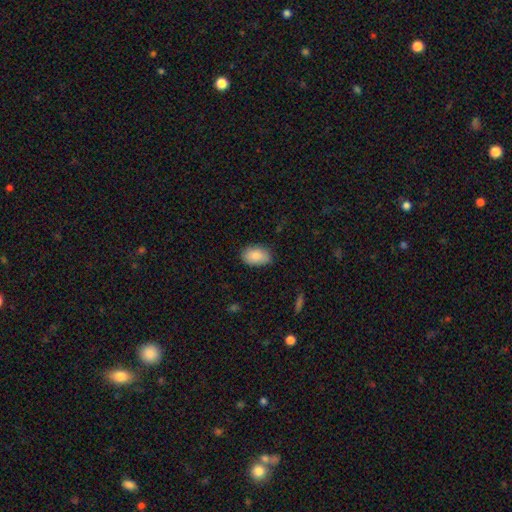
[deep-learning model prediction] Overall: smooth (86%). How rounded: in between (88%). Merging: none (81%).